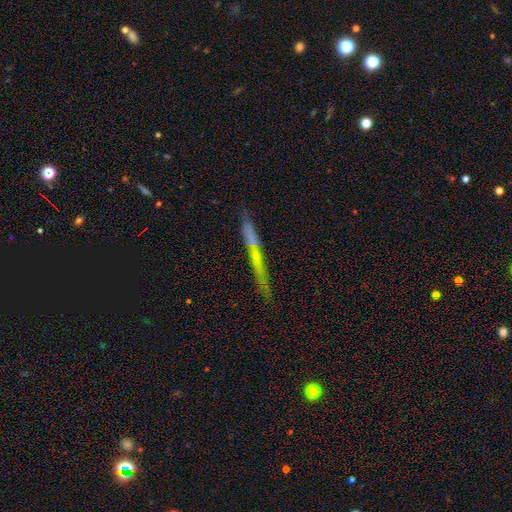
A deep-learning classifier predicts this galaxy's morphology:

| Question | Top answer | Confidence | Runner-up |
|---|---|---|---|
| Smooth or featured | featured or disk | 46% | smooth (43%) |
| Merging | none | 79% | minor disturbance (12%) |